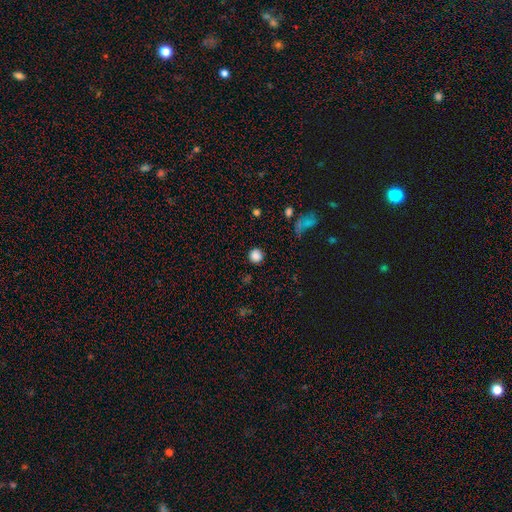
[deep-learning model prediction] Morphology: type=smooth (84%); roundness=round (94%); merging=none (89%).